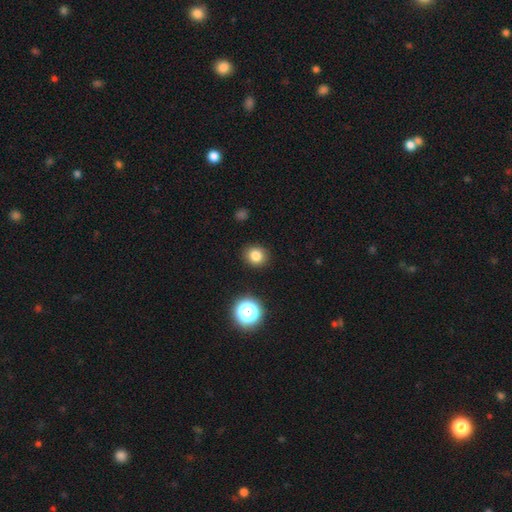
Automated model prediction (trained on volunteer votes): This is clearly a smooth galaxy (81%). How rounded: likely round (79%). Merging: clearly none (89%).